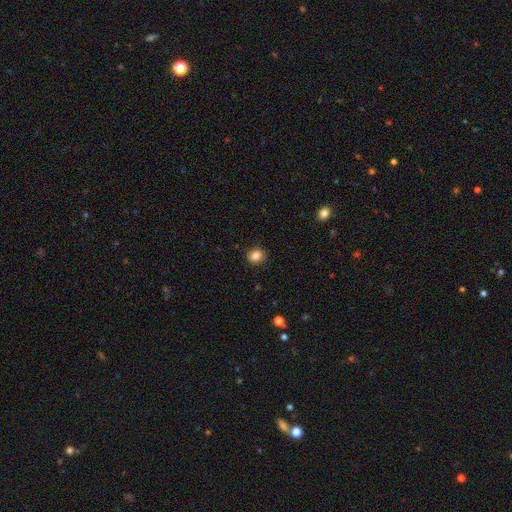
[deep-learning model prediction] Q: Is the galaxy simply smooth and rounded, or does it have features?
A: smooth — 84%.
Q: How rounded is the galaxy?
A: round — 82%.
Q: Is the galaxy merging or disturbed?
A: none — 91%.